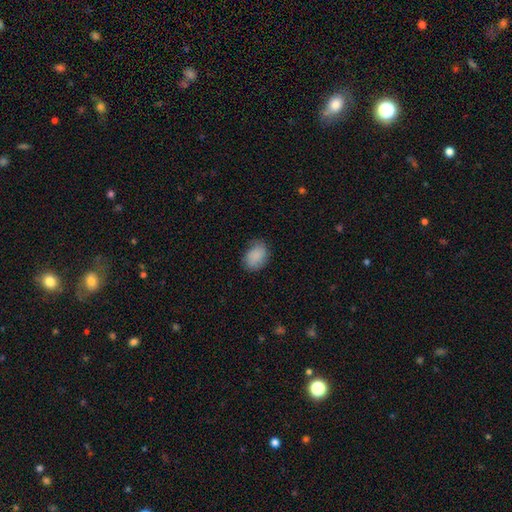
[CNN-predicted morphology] The model was most divided on "how rounded": in between: 72%, round: 27%, cigar-shaped: 1%. More confident: smooth or featured — smooth (86%); merging — none (70%).